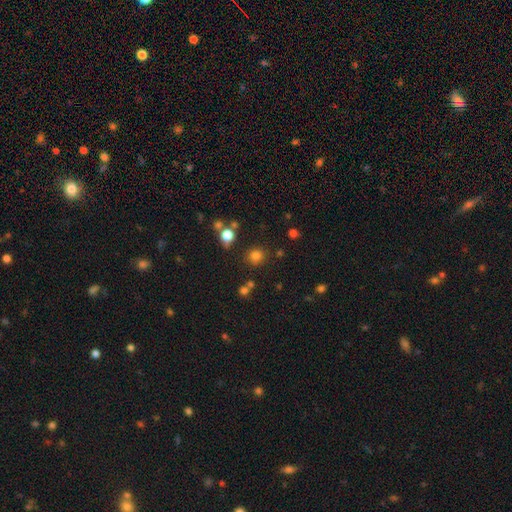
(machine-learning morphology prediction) A smooth galaxy with no disk features (77%) that is round (87%).

Vote fractions:
- Smooth or featured? smooth: 77% / star or artifact: 17% / featured or disk: 6%
- How rounded? round: 87% / in between: 12% / cigar-shaped: 1%
- Merging? none: 81% / minor disturbance: 9% / merger: 6% / major disturbance: 4%